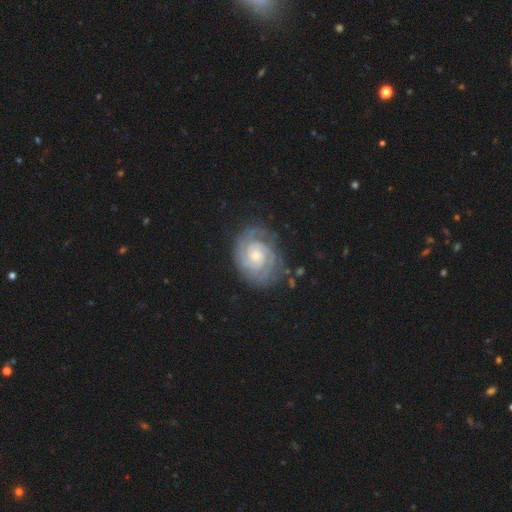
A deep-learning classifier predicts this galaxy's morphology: A featured or disk galaxy (91%) with no bar (70%), 2 (66%) tight (80%) spiral arms (98%) and a small central bulge (56%). Merging: none (77%).